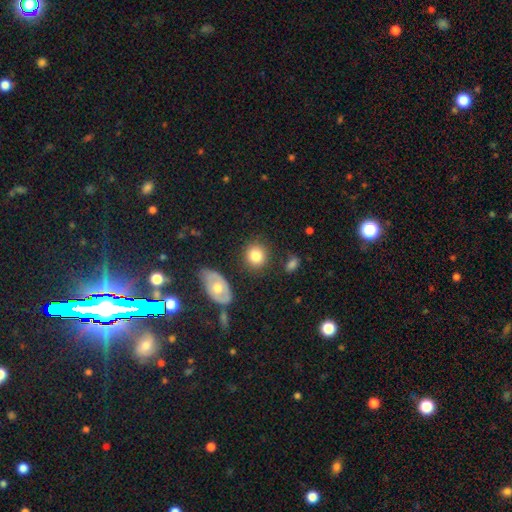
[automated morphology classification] Smooth or featured? Predicted: smooth (p=0.81). How rounded? Predicted: round (p=0.81). Merging? Predicted: none (p=0.81).